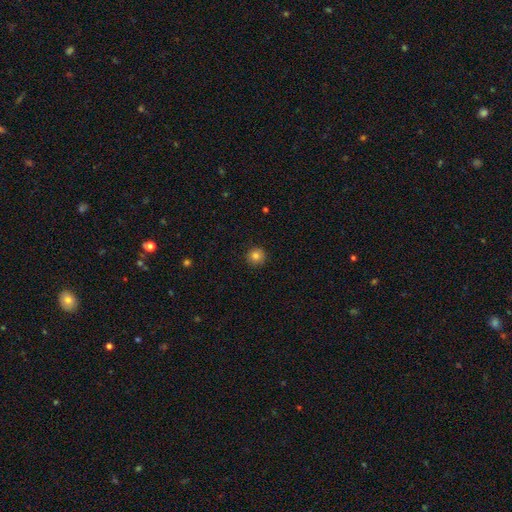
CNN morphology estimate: The model was most divided on "smooth or featured": smooth: 82%, star or artifact: 11%, featured or disk: 6%. More confident: how rounded — round (94%); merging — none (90%).